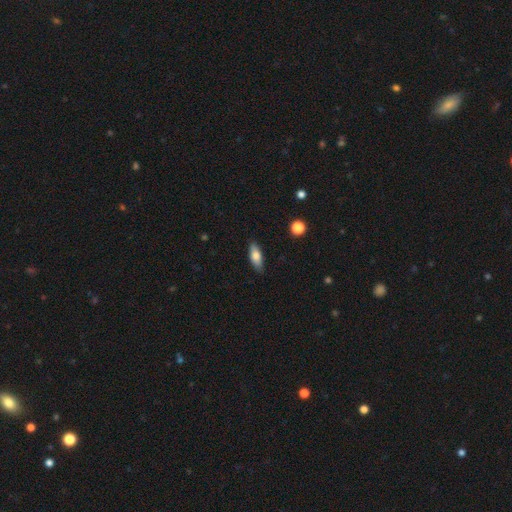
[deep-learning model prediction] smooth-or-featured: smooth: 74% | featured or disk: 19% | star or artifact: 7%
  how-rounded: in between: 72% | cigar-shaped: 25% | round: 3%
  merging: none: 86% | minor disturbance: 11% | major disturbance: 2% | merger: 1%